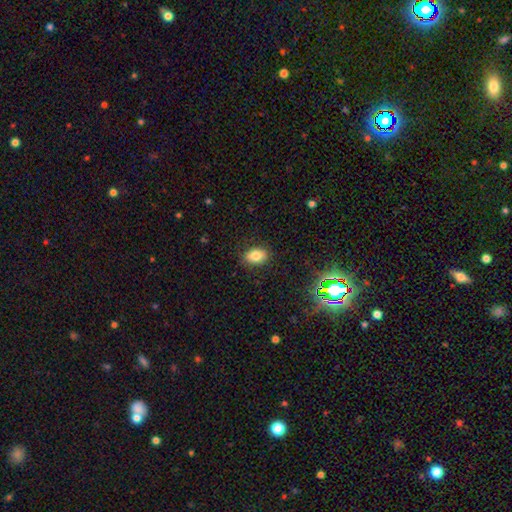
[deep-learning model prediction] Overall: smooth (81%). How rounded: in between (81%). Merging: none (85%).